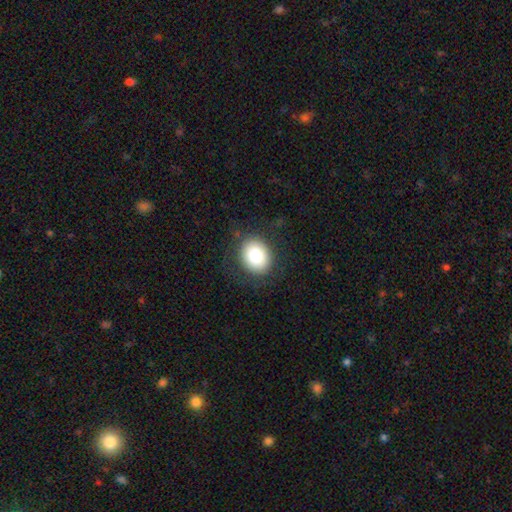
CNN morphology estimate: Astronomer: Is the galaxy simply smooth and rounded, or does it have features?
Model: smooth — 84%.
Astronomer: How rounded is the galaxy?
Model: round — 61% (runner-up: in between, 38%).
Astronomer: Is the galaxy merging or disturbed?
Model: none — 82%.